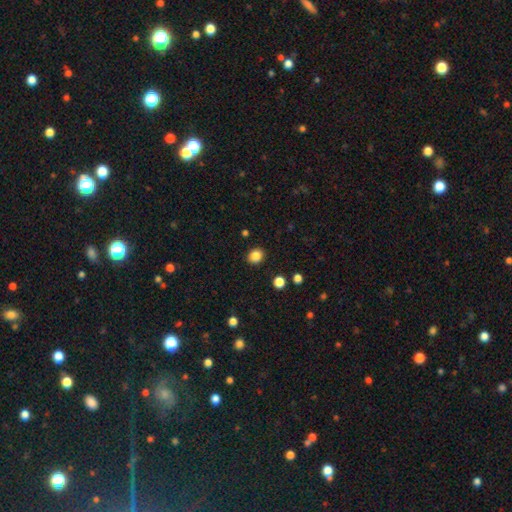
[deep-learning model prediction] Q: Smooth or featured?
A: smooth (85%); runner-up: star or artifact (11%)
Q: How rounded?
A: round (72%); runner-up: in between (27%)
Q: Merging?
A: none (89%); runner-up: minor disturbance (7%)